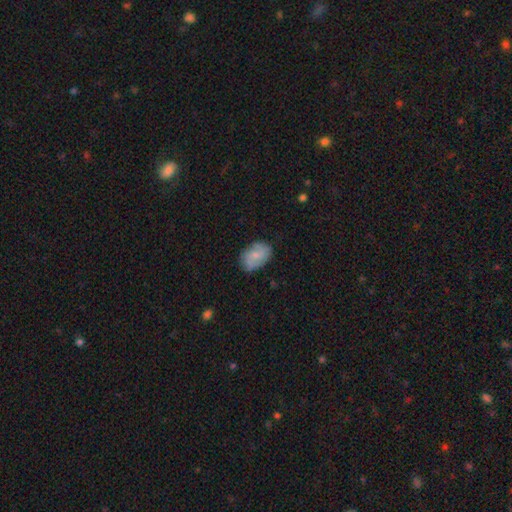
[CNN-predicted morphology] Q: Smooth or featured?
A: smooth (48%); runner-up: featured or disk (46%)
Q: Merging?
A: none (76%); runner-up: minor disturbance (18%)